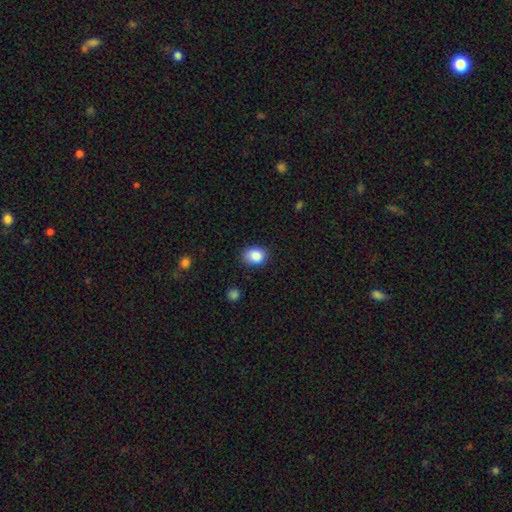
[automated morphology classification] Smooth or featured? Predicted: smooth (p=0.86). How rounded? Predicted: in between (p=0.50). Merging? Predicted: none (p=0.81).